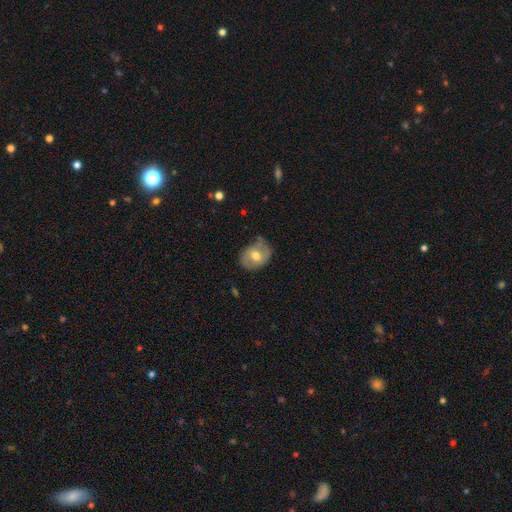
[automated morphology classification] This is possibly a smooth galaxy (52%). How rounded: possibly in between (51%). Merging: likely none (62%).